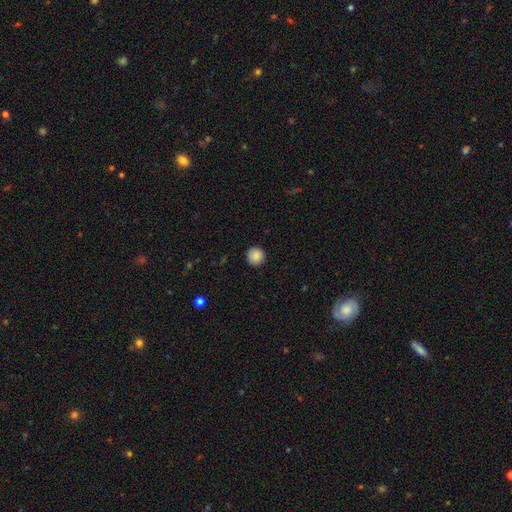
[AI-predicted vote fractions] This is clearly a smooth galaxy (88%). How rounded: clearly round (95%). Merging: clearly none (92%).